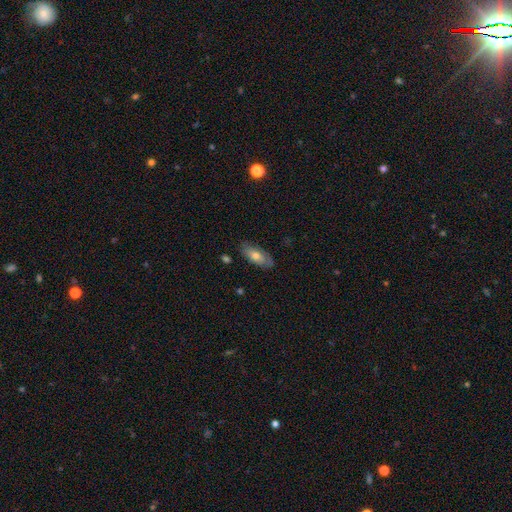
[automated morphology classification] This appears to be a smooth galaxy with no disk features (60%) that is in between round and cigar-shaped (83%). Merging: none (80%).